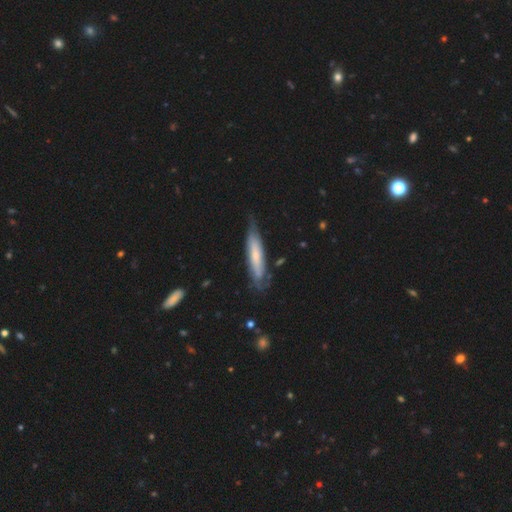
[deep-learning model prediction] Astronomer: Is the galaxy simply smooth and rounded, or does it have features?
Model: featured or disk — 54% (runner-up: smooth, 41%).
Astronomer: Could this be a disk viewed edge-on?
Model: yes — 54% (runner-up: no, 46%).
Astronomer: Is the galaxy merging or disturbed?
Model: none — 63%.